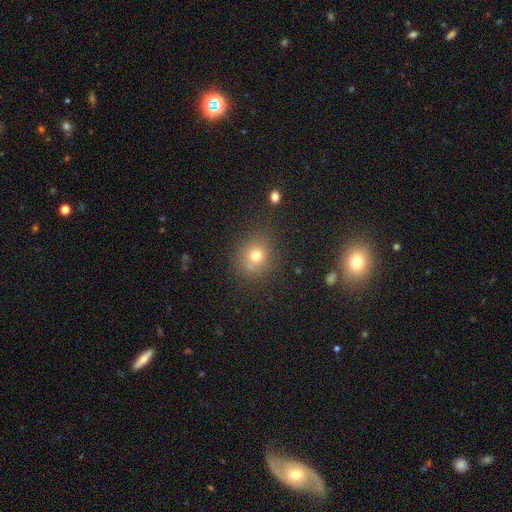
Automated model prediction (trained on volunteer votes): Smooth or featured: smooth — 71% (star or artifact — 18%)
How rounded: round — 82% (in between — 17%)
Merging: none — 76% (minor disturbance — 12%)